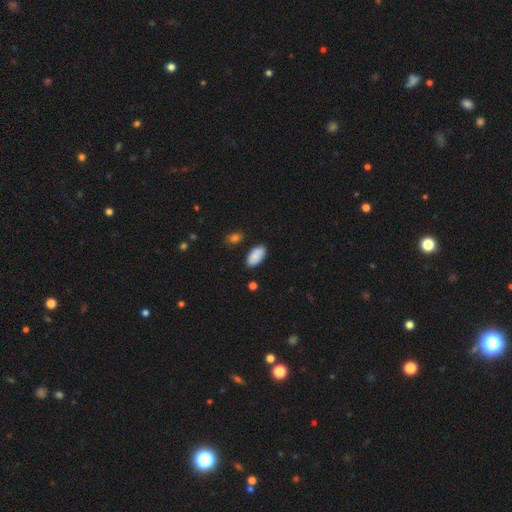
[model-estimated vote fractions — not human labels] A smooth galaxy with no disk features (86%) that is in between round and cigar-shaped (95%).

Vote fractions:
- Smooth or featured? smooth: 86% / featured or disk: 8% / star or artifact: 6%
- How rounded? in between: 95% / cigar-shaped: 3% / round: 2%
- Merging? none: 83% / minor disturbance: 12% / merger: 3% / major disturbance: 2%